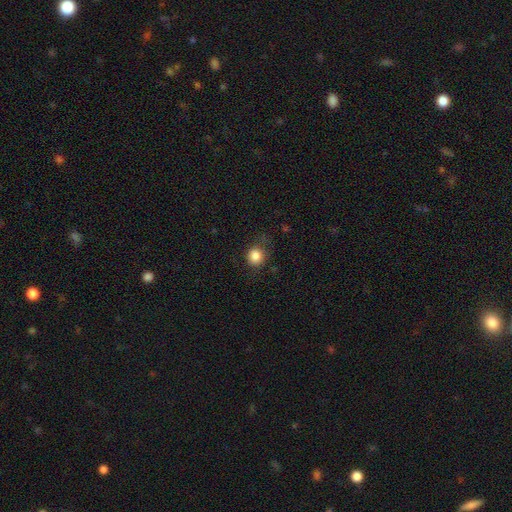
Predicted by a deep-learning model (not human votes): Morphology: type=smooth (85%); roundness=round (84%); merging=none (74%).